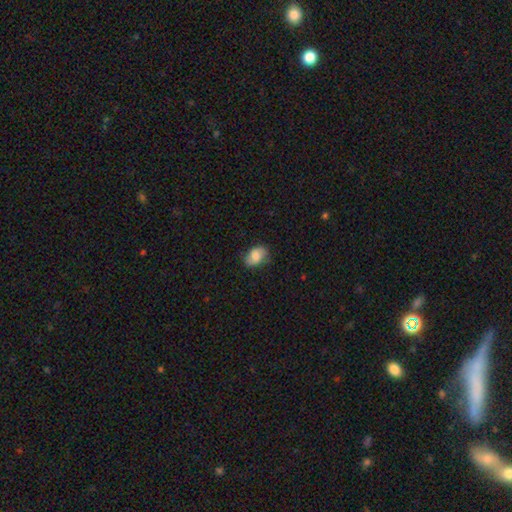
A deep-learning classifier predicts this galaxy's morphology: This is likely a smooth galaxy (76%). How rounded: clearly in between (81%). Merging: likely none (72%).